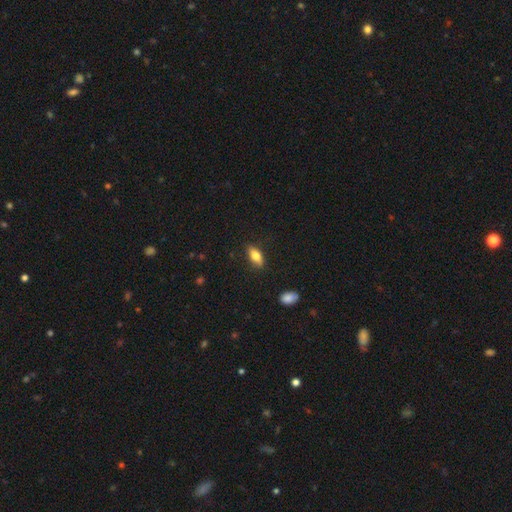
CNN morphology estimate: Overall: smooth (70%). How rounded: in between (80%). Merging: none (85%).